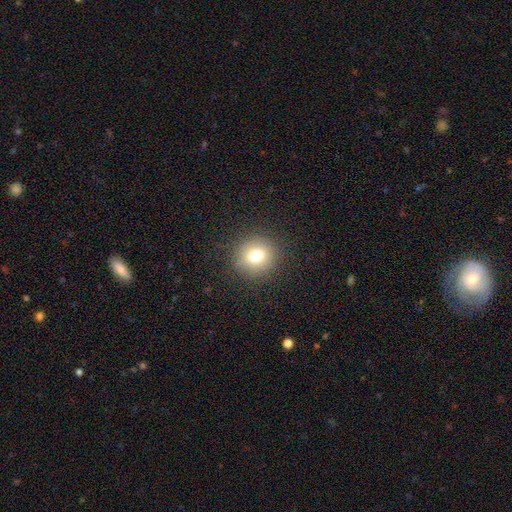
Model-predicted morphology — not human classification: type=smooth (76%); roundness=round (91%); merging=none (89%).